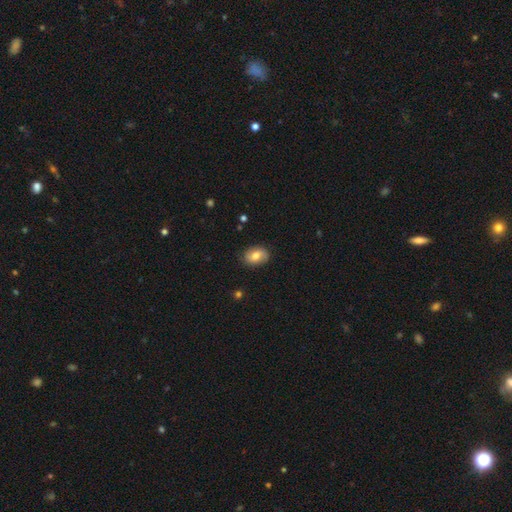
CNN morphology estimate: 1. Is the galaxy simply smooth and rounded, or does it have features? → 70% smooth, 22% featured or disk, 8% star or artifact.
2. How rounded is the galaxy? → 78% in between, 21% round, 1% cigar-shaped.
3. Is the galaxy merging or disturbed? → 83% none, 13% minor disturbance, 3% major disturbance, 1% merger.